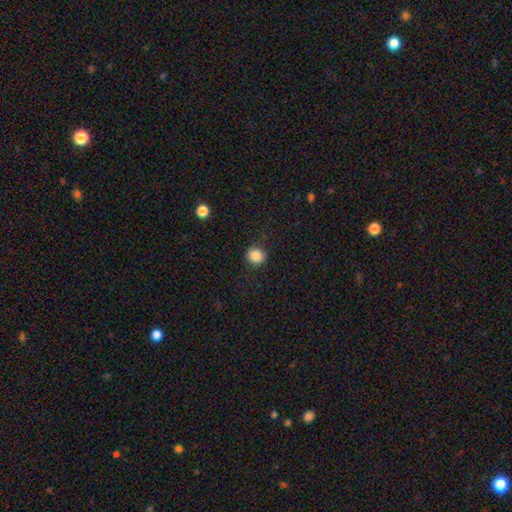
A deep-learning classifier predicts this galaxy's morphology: smooth_or_featured: smooth (p=0.86) [alt: star or artifact p=0.10]
how_rounded: round (p=0.84) [alt: in between p=0.15]
merging: none (p=0.87) [alt: minor disturbance p=0.09]